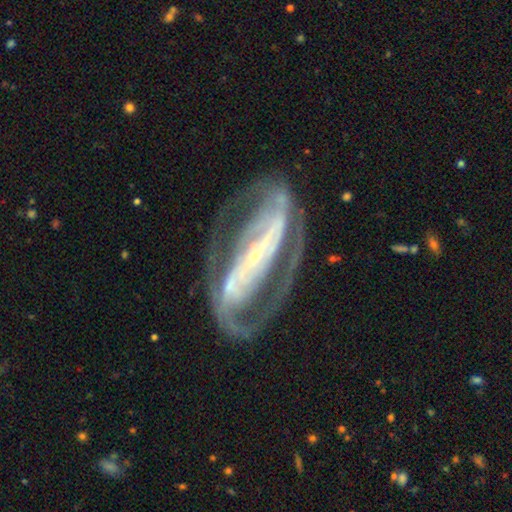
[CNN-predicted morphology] type=featured or disk (88%); edge-on=no (89%); bar=strong (73%); spiral arms=yes (90%); winding=medium (43%); arm count=2 (81%); bulge=small (82%); merging=none (69%).